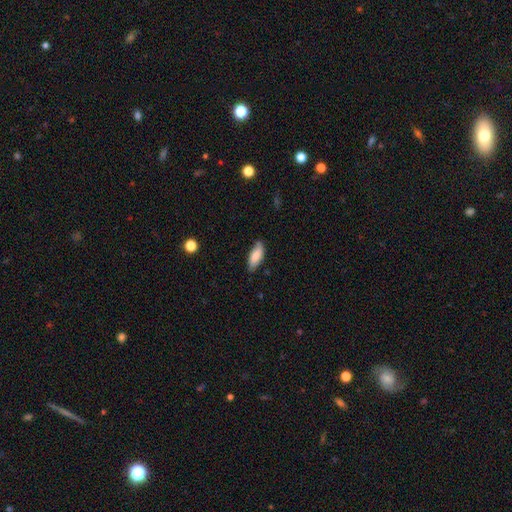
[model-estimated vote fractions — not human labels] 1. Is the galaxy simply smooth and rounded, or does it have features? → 82% smooth, 11% featured or disk, 7% star or artifact.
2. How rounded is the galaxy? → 79% in between, 20% cigar-shaped, 2% round.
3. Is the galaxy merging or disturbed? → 76% none, 20% minor disturbance, 3% major disturbance, 1% merger.